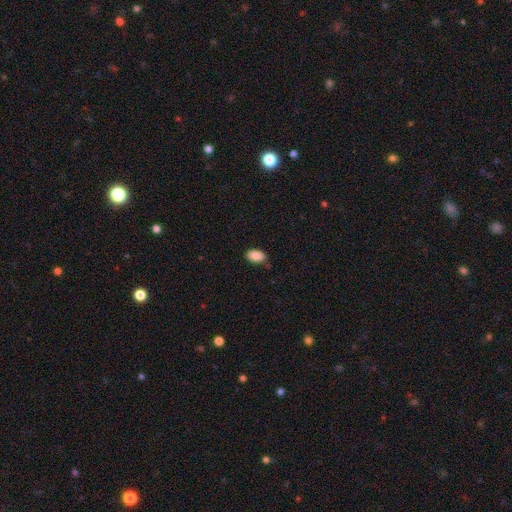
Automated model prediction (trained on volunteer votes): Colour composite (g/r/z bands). It shows a smooth galaxy with no disk features (89%) that is in between round and cigar-shaped (93%). Merging: none (82%).